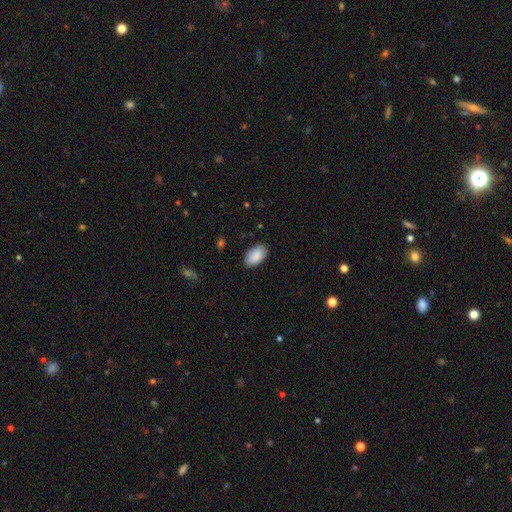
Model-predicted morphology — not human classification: smooth_or_featured: smooth (p=0.90) [alt: star or artifact p=0.06]
how_rounded: in between (p=0.95) [alt: round p=0.04]
merging: none (p=0.87) [alt: minor disturbance p=0.10]